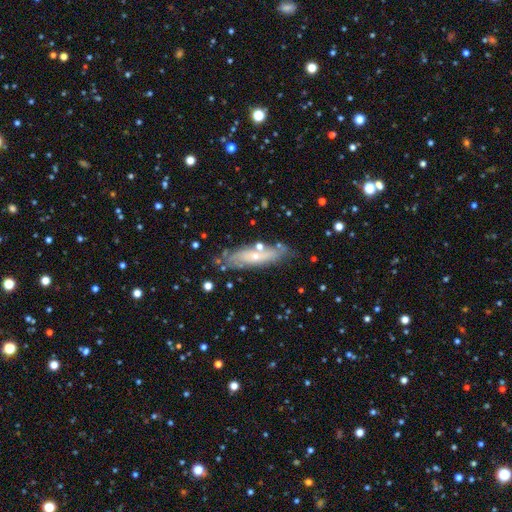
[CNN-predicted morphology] This appears to be a featured or disk galaxy (62%). Merging: none (74%).